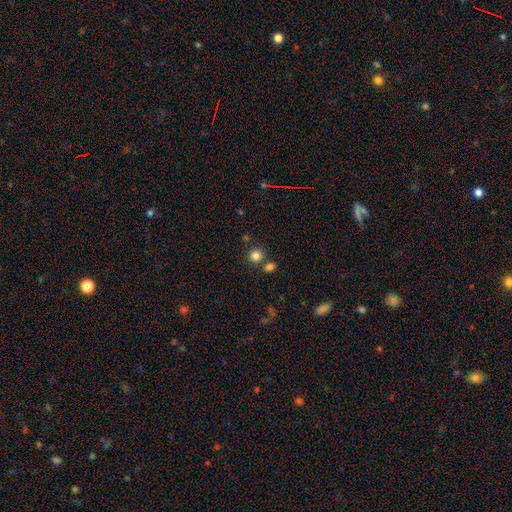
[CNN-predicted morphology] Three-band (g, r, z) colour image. It shows a smooth galaxy with no disk features (82%) that is round (91%). Merging: none (73%).